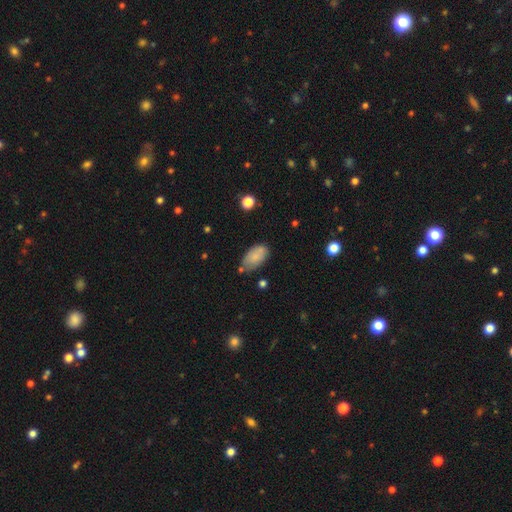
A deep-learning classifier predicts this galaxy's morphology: Smooth or featured: smooth — 80% (featured or disk — 12%)
How rounded: in between — 94% (round — 3%)
Merging: none — 65% (minor disturbance — 24%)